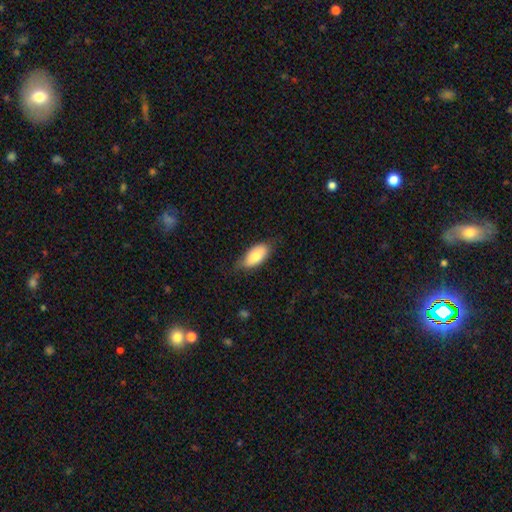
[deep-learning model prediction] A smooth galaxy with no disk features (81%) that is in between round and cigar-shaped (90%). Merging: none (73%).